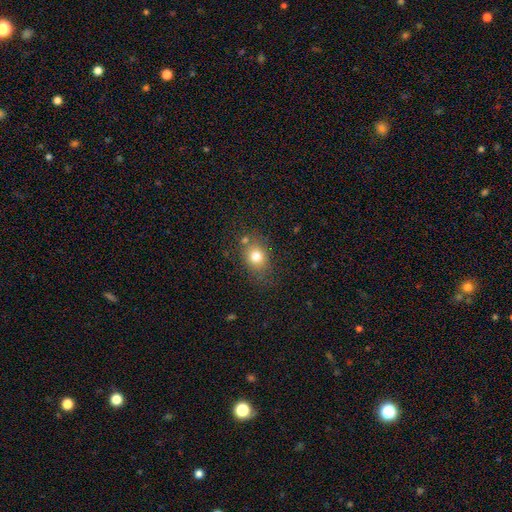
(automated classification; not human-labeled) Q: Smooth or featured?
A: smooth (71%); runner-up: star or artifact (19%)
Q: How rounded?
A: round (61%); runner-up: in between (37%)
Q: Merging?
A: none (77%); runner-up: minor disturbance (14%)